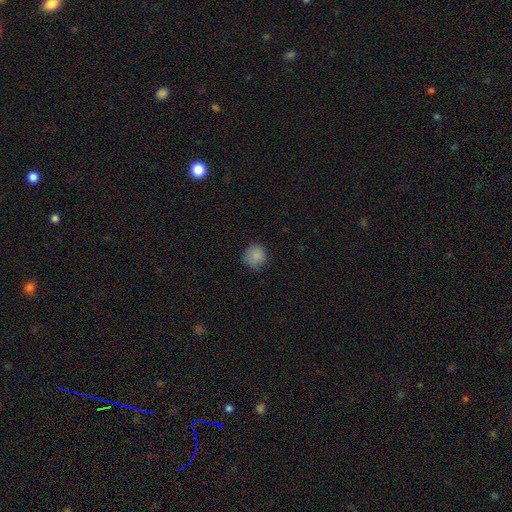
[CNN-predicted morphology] The model was most divided on "merging": none: 77%, minor disturbance: 18%, major disturbance: 4%, merger: 1%. More confident: how rounded — round (88%); smooth or featured — smooth (85%).